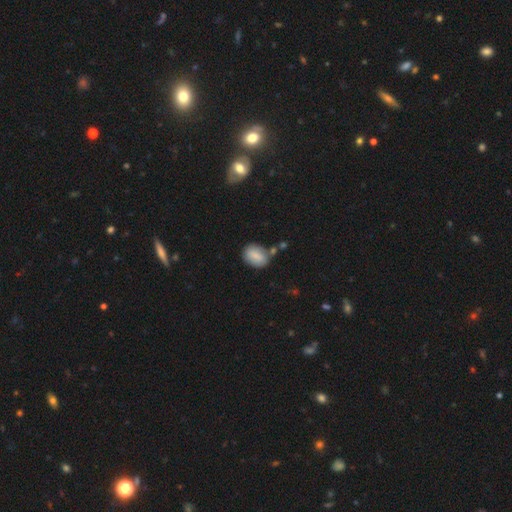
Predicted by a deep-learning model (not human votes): smooth-or-featured: smooth: 81% | featured or disk: 12% | star or artifact: 7%
  how-rounded: in between: 72% | round: 27% | cigar-shaped: 1%
  merging: none: 64% | minor disturbance: 19% | merger: 12% | major disturbance: 5%